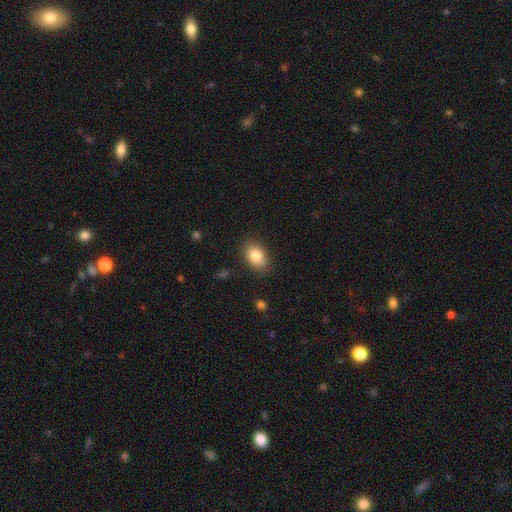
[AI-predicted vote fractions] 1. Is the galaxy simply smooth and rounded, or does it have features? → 83% smooth, 9% featured or disk, 8% star or artifact.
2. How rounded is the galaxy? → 84% in between, 15% round, 1% cigar-shaped.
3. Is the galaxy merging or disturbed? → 85% none, 11% minor disturbance, 3% major disturbance, 1% merger.